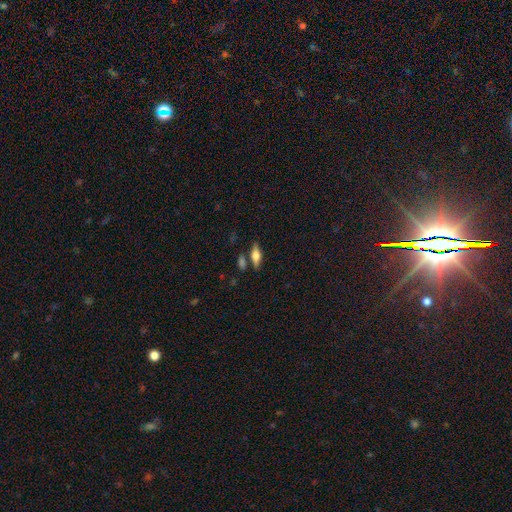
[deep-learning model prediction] A smooth galaxy with no disk features (54%) that is in between round and cigar-shaped (65%).

Vote fractions:
- Smooth or featured? smooth: 54% / featured or disk: 39% / star or artifact: 7%
- How rounded? in between: 65% / cigar-shaped: 31% / round: 4%
- Merging? none: 76% / minor disturbance: 12% / merger: 9% / major disturbance: 3%